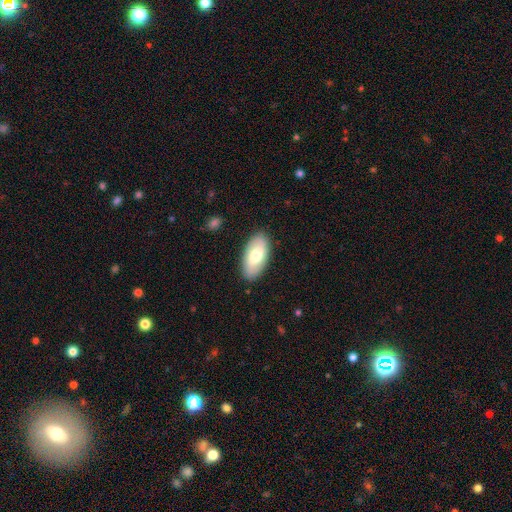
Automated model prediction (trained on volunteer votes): smooth 58%, featured or disk 36%, star or artifact 5%. Down the decision tree: how rounded — in between (93%); merging — none (88%).